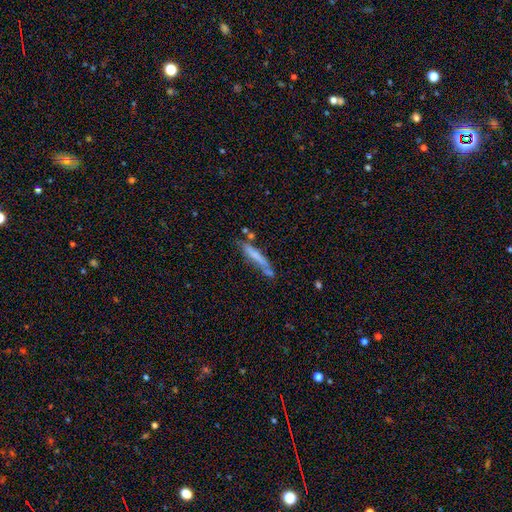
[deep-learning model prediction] smooth 60%, featured or disk 33%, star or artifact 7%. Down the decision tree: how rounded — cigar-shaped (91%); merging — none (56%).